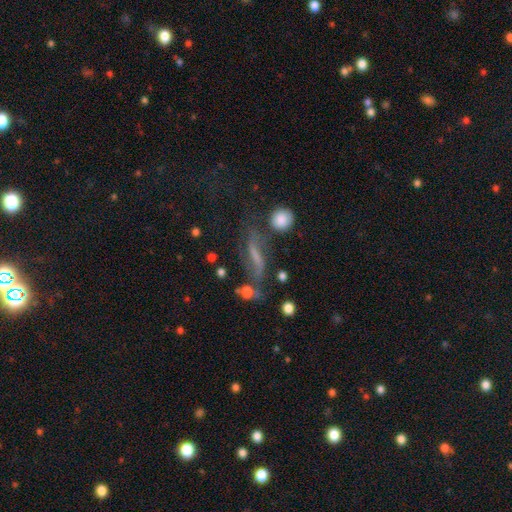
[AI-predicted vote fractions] Overall: featured or disk (56%; smooth 25%). Edge-on disk: no (66%; yes 34%). Merging: none (53%; minor disturbance 20%).